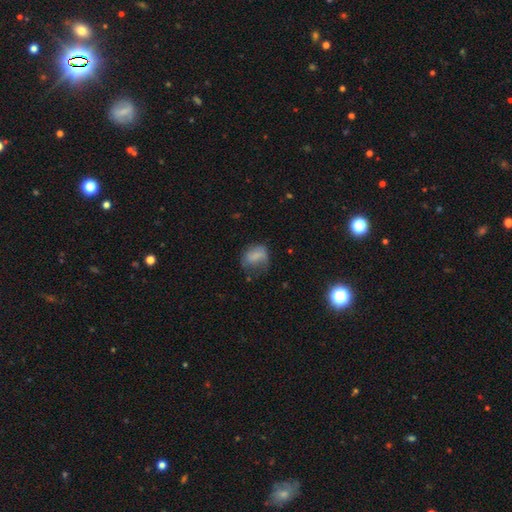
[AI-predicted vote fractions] Smooth or featured? smooth (69%)
How rounded? in between (67%)
Merging? none (39%)